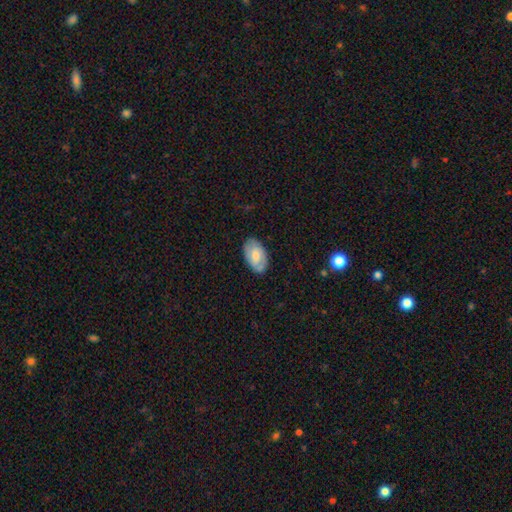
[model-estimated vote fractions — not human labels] Smooth or featured? Predicted: smooth (p=0.60). How rounded? Predicted: in between (p=0.93). Merging? Predicted: none (p=0.82).